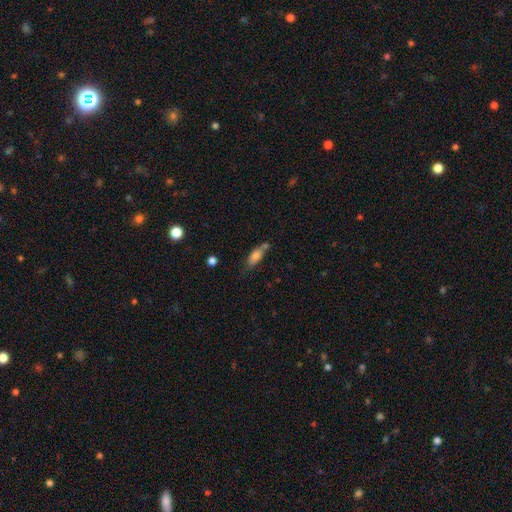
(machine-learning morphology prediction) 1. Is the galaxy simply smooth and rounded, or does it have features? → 77% smooth, 14% featured or disk, 9% star or artifact.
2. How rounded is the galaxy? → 77% in between, 20% cigar-shaped, 3% round.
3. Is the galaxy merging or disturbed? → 43% none, 26% merger, 23% minor disturbance, 8% major disturbance.